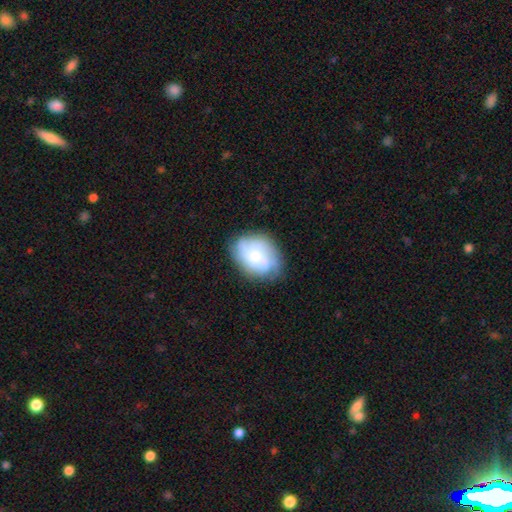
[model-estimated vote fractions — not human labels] smooth-or-featured: featured or disk: 52% | smooth: 40% | star or artifact: 8%
  disk-edge-on: no: 97% | yes: 3%
    bar: no: 69% | weak: 26% | strong: 5%
    has-spiral-arms: yes: 83% | no: 17%
    bulge-size: moderate: 40% | small: 32% | large: 16% | none: 9% | dominant: 3%
  merging: none: 68% | minor disturbance: 21% | major disturbance: 8% | merger: 2%